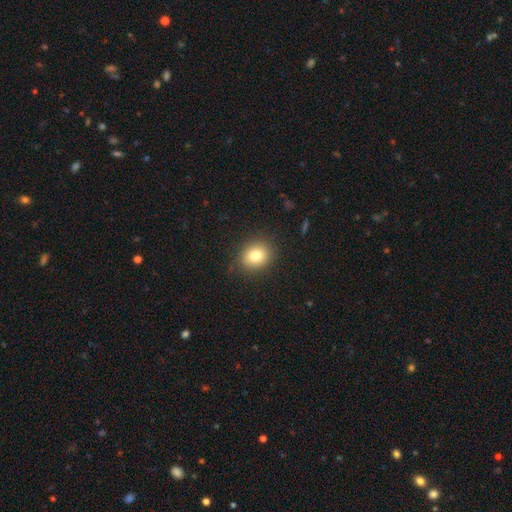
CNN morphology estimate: The model was most divided on "how rounded": round: 65%, in between: 34%, cigar-shaped: 1%. More confident: merging — none (86%); smooth or featured — smooth (80%).